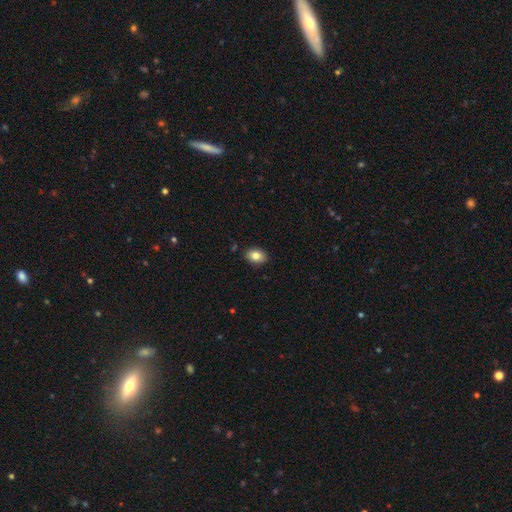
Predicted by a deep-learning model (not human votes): Overall: smooth (83%). How rounded: in between (80%). Merging: none (88%).